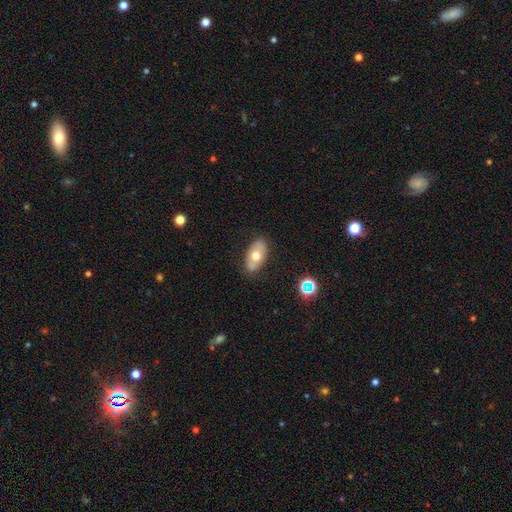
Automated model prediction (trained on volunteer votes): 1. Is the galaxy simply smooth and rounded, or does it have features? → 59% smooth, 33% featured or disk, 8% star or artifact.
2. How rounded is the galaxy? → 91% in between, 6% round, 2% cigar-shaped.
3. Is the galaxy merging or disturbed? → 83% none, 13% minor disturbance, 3% major disturbance, 1% merger.